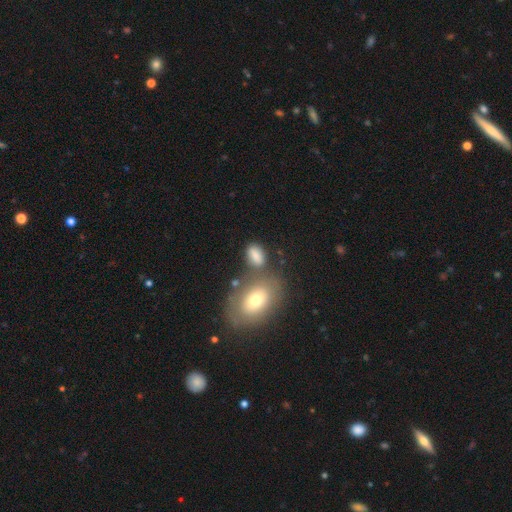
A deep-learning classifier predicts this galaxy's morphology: Smooth or featured? smooth (81%)
How rounded? in between (87%)
Merging? none (53%)